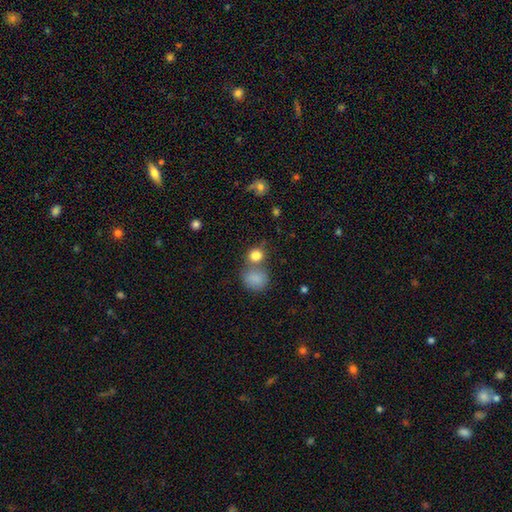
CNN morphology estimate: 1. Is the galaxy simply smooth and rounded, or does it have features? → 82% smooth, 11% star or artifact, 7% featured or disk.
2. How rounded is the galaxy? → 79% round, 19% in between, 1% cigar-shaped.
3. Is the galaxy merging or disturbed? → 54% none, 31% merger, 10% minor disturbance, 5% major disturbance.